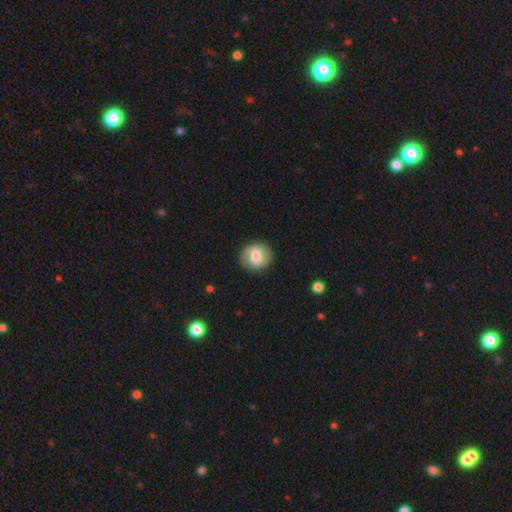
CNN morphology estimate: smooth-or-featured: featured or disk: 54% | smooth: 39% | star or artifact: 7%
  disk-edge-on: no: 97% | yes: 3%
    bar: weak: 50% | no: 28% | strong: 22%
    has-spiral-arms: yes: 79% | no: 21%
    bulge-size: moderate: 61% | large: 19% | small: 15% | none: 2% | dominant: 2%
  merging: none: 87% | minor disturbance: 9% | major disturbance: 3% | merger: 1%